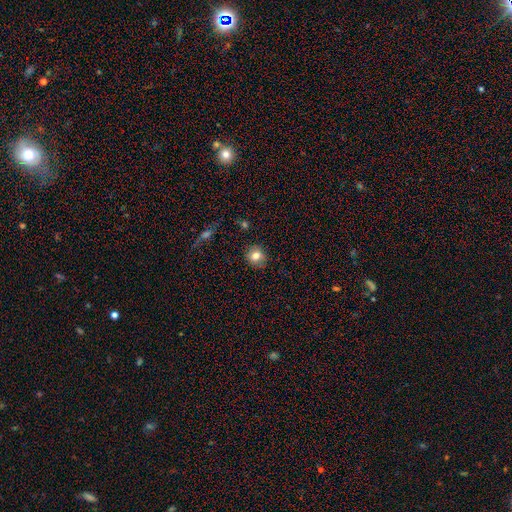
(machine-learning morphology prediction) Smooth or featured? smooth (79%)
How rounded? round (80%)
Merging? none (87%)